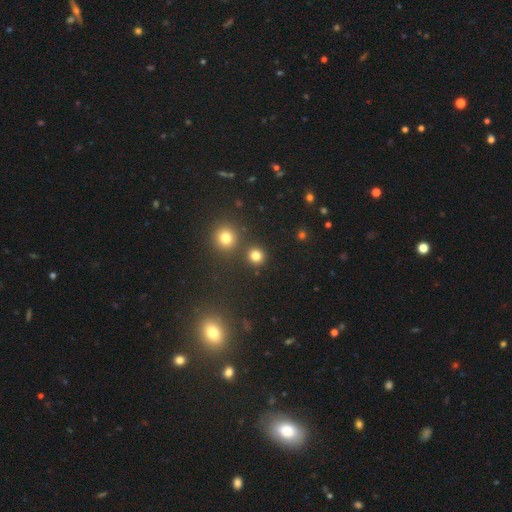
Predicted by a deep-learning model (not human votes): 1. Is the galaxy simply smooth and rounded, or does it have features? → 78% smooth, 16% star or artifact, 5% featured or disk.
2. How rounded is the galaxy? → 91% round, 8% in between, 1% cigar-shaped.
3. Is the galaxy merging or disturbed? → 85% none, 7% merger, 6% minor disturbance, 2% major disturbance.